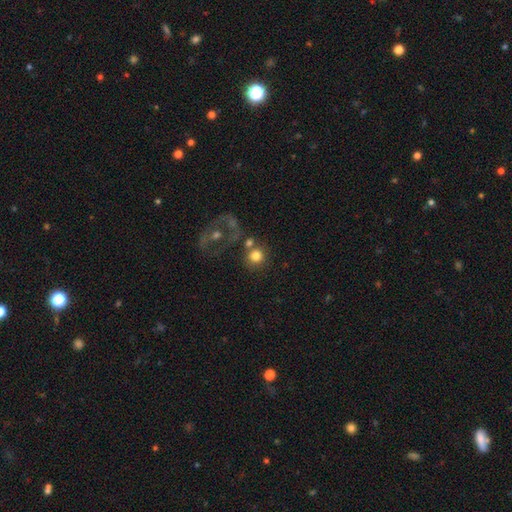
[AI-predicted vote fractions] Smooth or featured?
  - smooth: 74% *
  - featured or disk: 15%
  - star or artifact: 11%
How rounded?
  - round: 90% *
  - in between: 9%
  - cigar-shaped: 1%
Merging?
  - none: 59% *
  - merger: 24%
  - minor disturbance: 10%
  - major disturbance: 7%